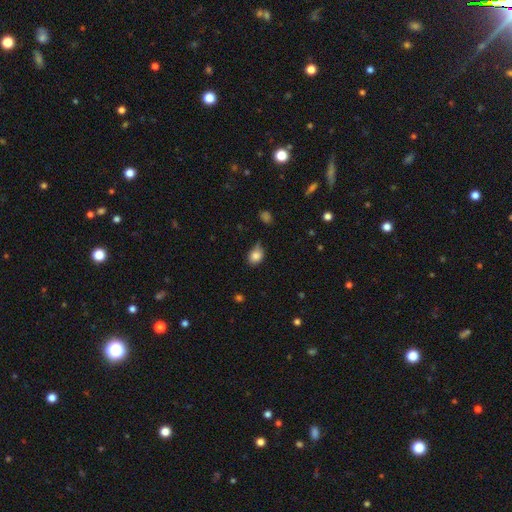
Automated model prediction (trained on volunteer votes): smooth 84%, star or artifact 9%, featured or disk 6%. Down the decision tree: how rounded — in between (64%); merging — none (58%).